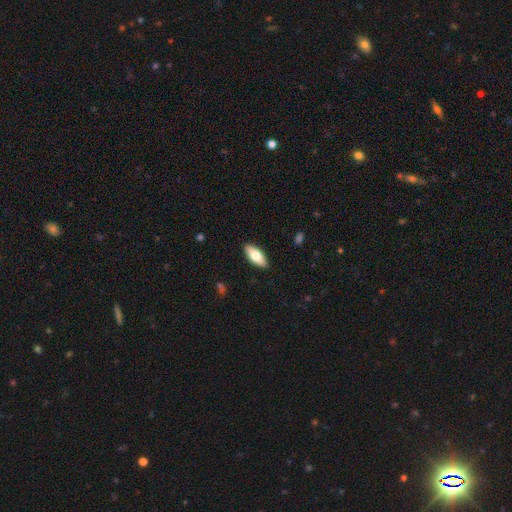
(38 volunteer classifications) A smooth galaxy with no disk features (87%) that is in between round and cigar-shaped (82%).

Vote fractions:
- Smooth or featured? smooth: 87% / featured or disk: 8% / star or artifact: 5%
- How rounded? in between: 82% / cigar-shaped: 18% / round: 0%
- Merging? none: 86% / minor disturbance: 14% / major disturbance: 0% / merger: 0%